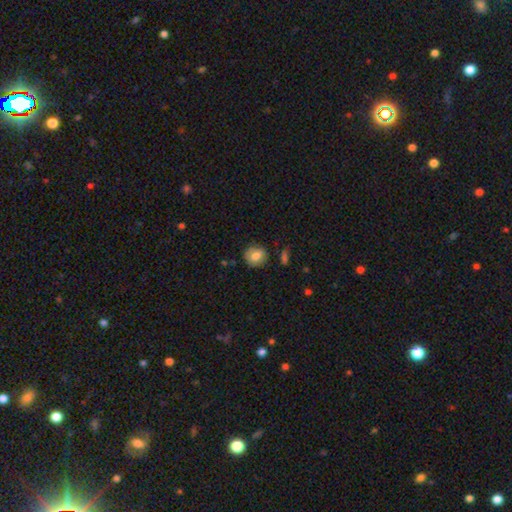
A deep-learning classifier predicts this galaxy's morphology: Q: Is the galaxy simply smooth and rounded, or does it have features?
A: smooth — 79%.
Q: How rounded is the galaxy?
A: round — 76%.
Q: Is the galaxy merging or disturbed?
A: none — 81%.